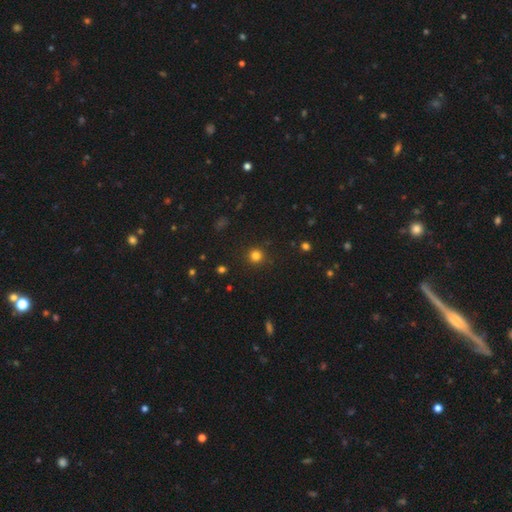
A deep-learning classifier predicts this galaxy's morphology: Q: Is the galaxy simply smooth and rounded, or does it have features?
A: smooth — 80%.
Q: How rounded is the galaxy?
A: round — 94%.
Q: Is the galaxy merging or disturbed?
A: none — 90%.